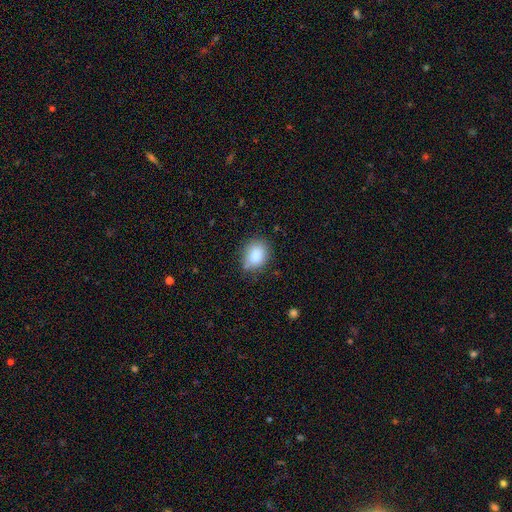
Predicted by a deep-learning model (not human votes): Smooth or featured? smooth (84%)
How rounded? in between (54%)
Merging? none (70%)